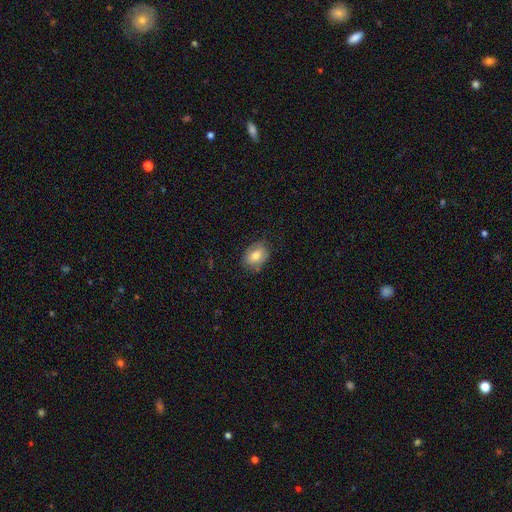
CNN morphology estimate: The model was most divided on "how rounded": in between: 68%, round: 31%, cigar-shaped: 1%. More confident: merging — none (76%); smooth or featured — smooth (71%).